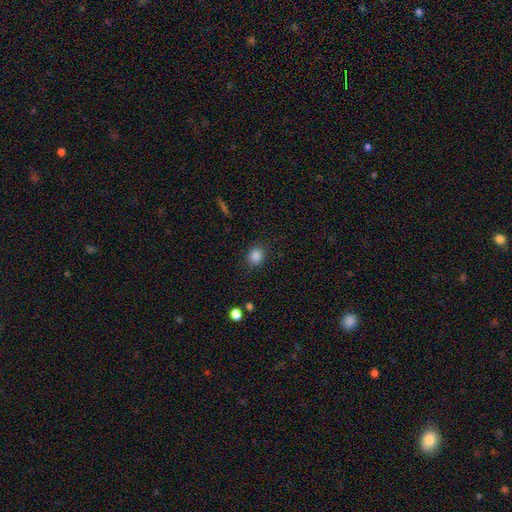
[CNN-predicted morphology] This is clearly a smooth galaxy (87%). How rounded: likely round (73%). Merging: clearly none (85%).